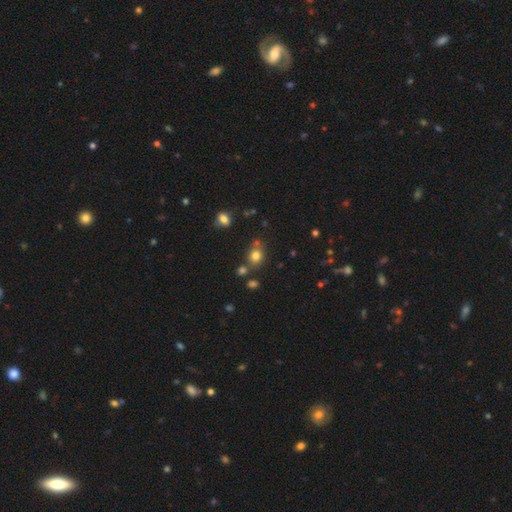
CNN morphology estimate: smooth_or_featured: smooth (p=0.77) [alt: star or artifact p=0.15]
how_rounded: round (p=0.70) [alt: in between p=0.29]
merging: none (p=0.69) [alt: merger p=0.14]